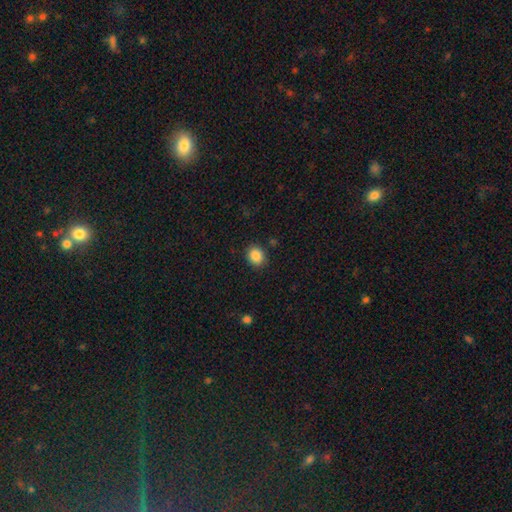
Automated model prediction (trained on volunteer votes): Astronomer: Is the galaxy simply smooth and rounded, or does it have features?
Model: smooth — 87%.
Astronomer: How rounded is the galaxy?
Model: round — 58% (runner-up: in between, 41%).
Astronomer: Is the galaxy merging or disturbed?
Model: none — 88%.